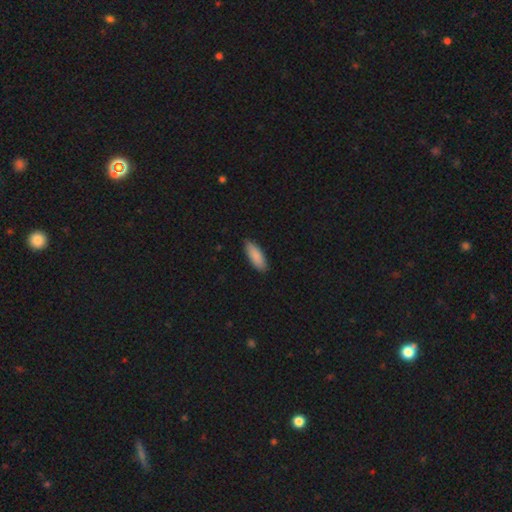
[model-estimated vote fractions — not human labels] Overall: smooth (89%). How rounded: in between (69%; cigar-shaped 30%). Merging: none (87%).